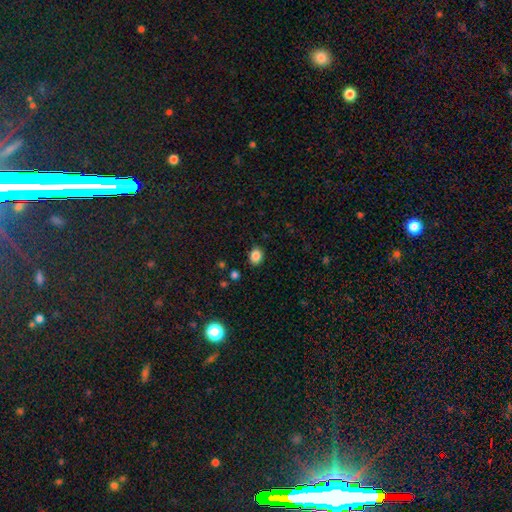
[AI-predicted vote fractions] Smooth or featured? smooth (86%)
How rounded? round (55%)
Merging? none (88%)